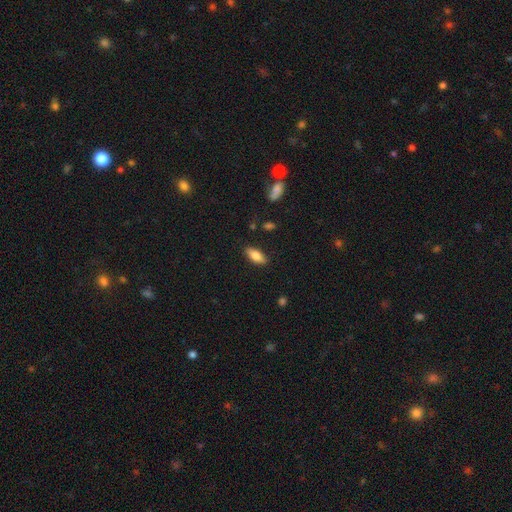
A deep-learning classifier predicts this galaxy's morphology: smooth_or_featured: smooth (p=0.77) [alt: featured or disk p=0.16]
how_rounded: in between (p=0.79) [alt: cigar-shaped p=0.18]
merging: none (p=0.86) [alt: minor disturbance p=0.10]